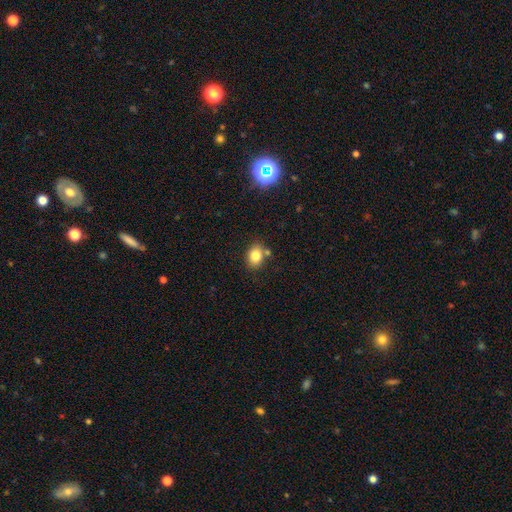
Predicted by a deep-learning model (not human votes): Smooth or featured? smooth (82%)
How rounded? in between (57%)
Merging? none (73%)